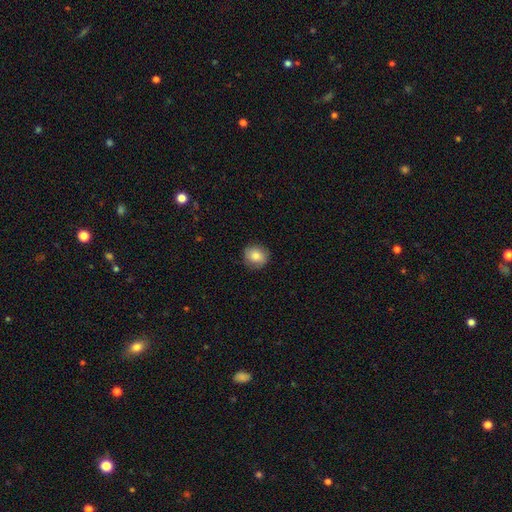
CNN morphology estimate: A smooth galaxy with no disk features (80%) that is round (83%).

Vote fractions:
- Smooth or featured? smooth: 80% / featured or disk: 12% / star or artifact: 9%
- How rounded? round: 83% / in between: 16% / cigar-shaped: 1%
- Merging? none: 85% / minor disturbance: 11% / major disturbance: 3% / merger: 1%